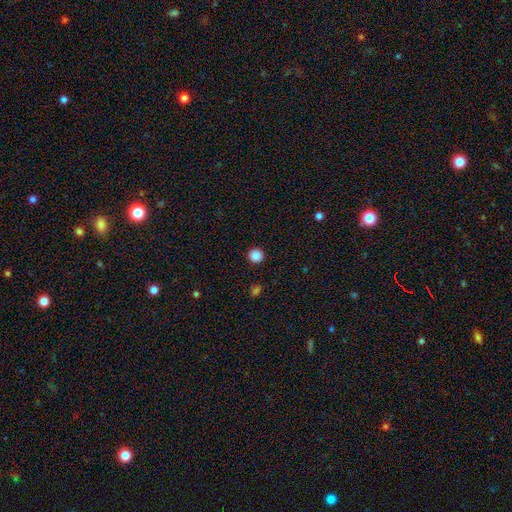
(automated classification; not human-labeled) smooth_or_featured: smooth (p=0.87) [alt: star or artifact p=0.10]
how_rounded: round (p=0.94) [alt: in between p=0.05]
merging: none (p=0.93) [alt: minor disturbance p=0.04]